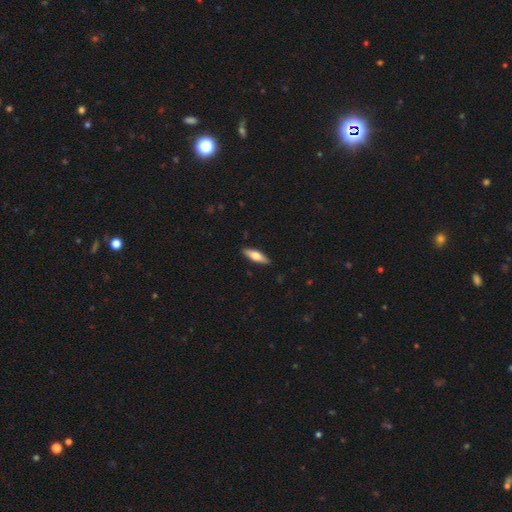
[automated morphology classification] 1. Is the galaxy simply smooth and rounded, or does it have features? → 58% smooth, 37% featured or disk, 5% star or artifact.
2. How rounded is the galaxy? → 51% cigar-shaped, 46% in between, 2% round.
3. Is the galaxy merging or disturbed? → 89% none, 8% minor disturbance, 2% major disturbance, 1% merger.